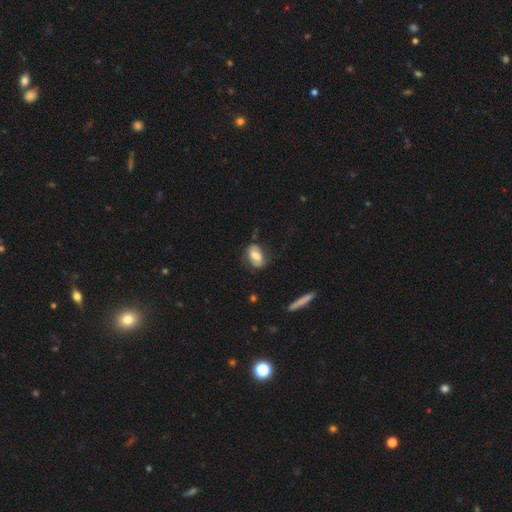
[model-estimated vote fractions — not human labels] smooth-or-featured: smooth: 60% | featured or disk: 32% | star or artifact: 7%
  how-rounded: in between: 84% | round: 12% | cigar-shaped: 3%
  merging: none: 62% | minor disturbance: 25% | major disturbance: 11% | merger: 2%